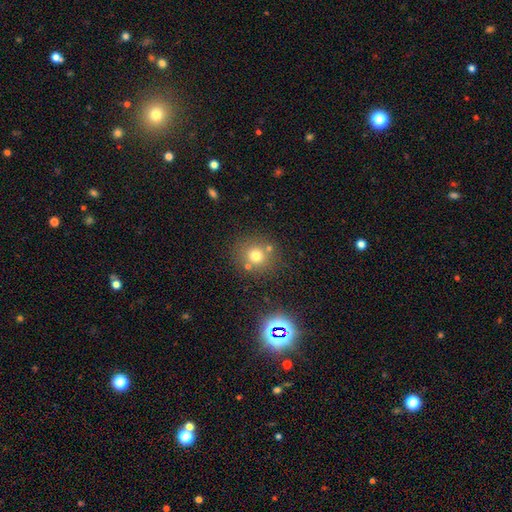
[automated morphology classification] Smooth or featured?
  - smooth: 71% *
  - star or artifact: 17%
  - featured or disk: 11%
How rounded?
  - round: 88% *
  - in between: 11%
  - cigar-shaped: 1%
Merging?
  - none: 74% *
  - merger: 13%
  - minor disturbance: 10%
  - major disturbance: 4%